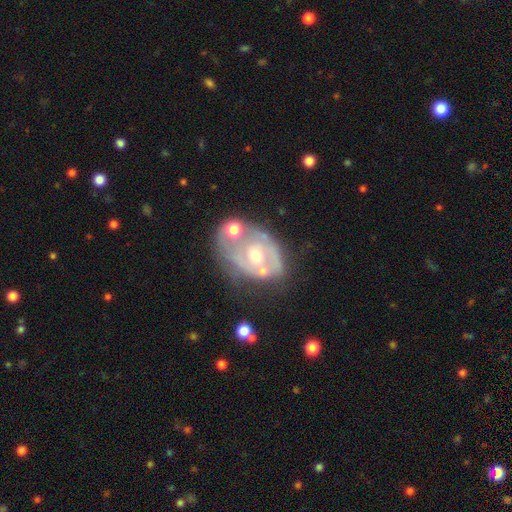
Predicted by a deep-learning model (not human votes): Smooth or featured? Predicted: featured or disk (p=0.73). Edge-on disk? Predicted: no (p=0.96). Bar? Predicted: no (p=0.75). Spiral arms? Predicted: yes (p=0.56). Bulge size? Predicted: moderate (p=0.52). Merging? Predicted: none (p=0.40).